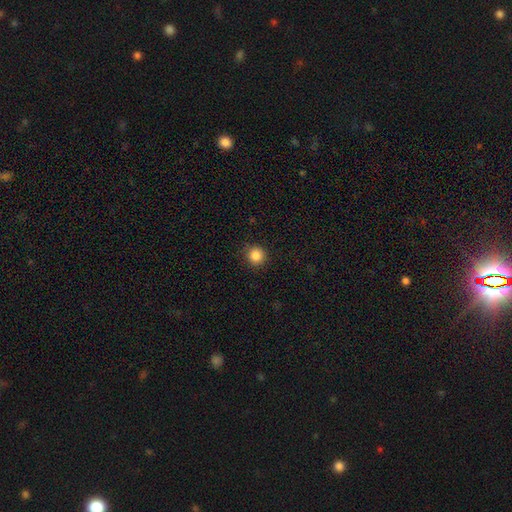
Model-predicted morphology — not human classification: This appears to be a smooth galaxy with no disk features (85%) that is round (93%). Merging: none (90%).